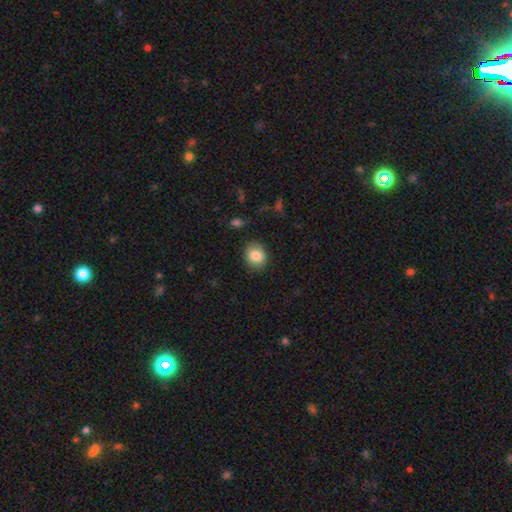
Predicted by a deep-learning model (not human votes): Morphology: type=smooth (85%); roundness=round (68%); merging=none (86%).